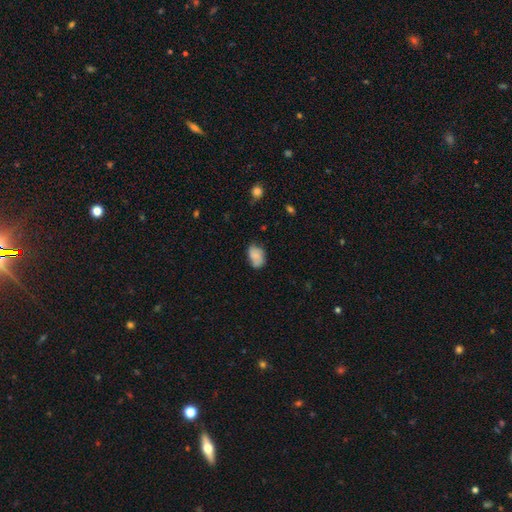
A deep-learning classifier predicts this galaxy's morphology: Q: Smooth or featured?
A: smooth (74%); runner-up: featured or disk (17%)
Q: How rounded?
A: in between (84%); runner-up: round (14%)
Q: Merging?
A: none (60%); runner-up: minor disturbance (30%)